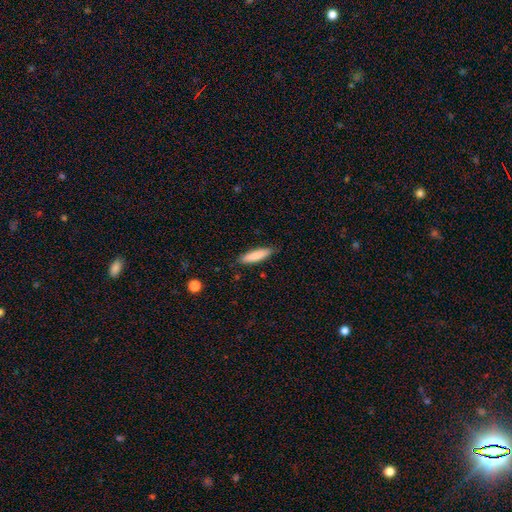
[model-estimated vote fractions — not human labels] A smooth galaxy with no disk features (84%) that is cigar-shaped (74%). Merging: none (86%).